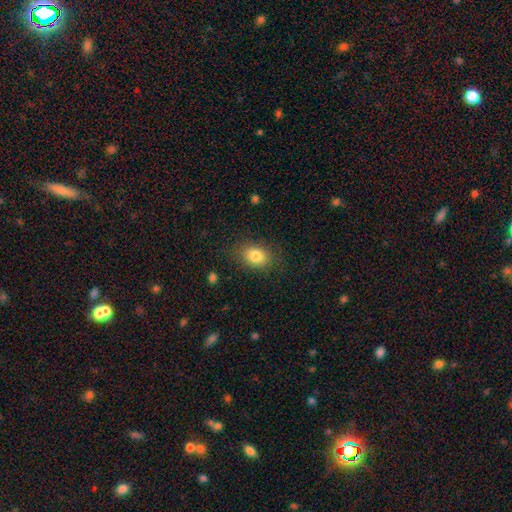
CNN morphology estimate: Smooth or featured?
  - smooth: 82% *
  - star or artifact: 9%
  - featured or disk: 8%
How rounded?
  - in between: 71% *
  - round: 27%
  - cigar-shaped: 1%
Merging?
  - none: 83% *
  - minor disturbance: 12%
  - major disturbance: 4%
  - merger: 1%